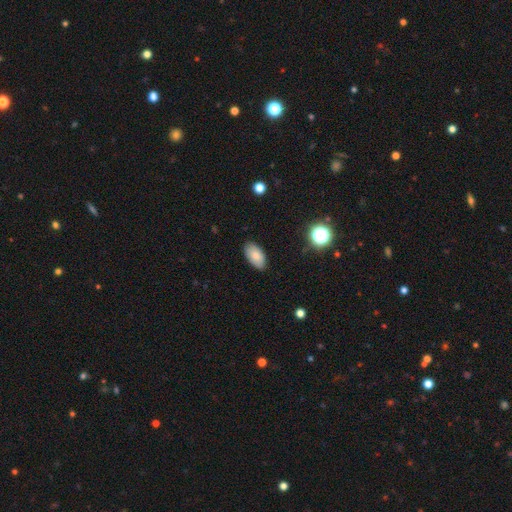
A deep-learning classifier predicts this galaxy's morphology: The model was most divided on "smooth or featured": smooth: 83%, featured or disk: 9%, star or artifact: 8%. More confident: how rounded — in between (94%); merging — none (86%).